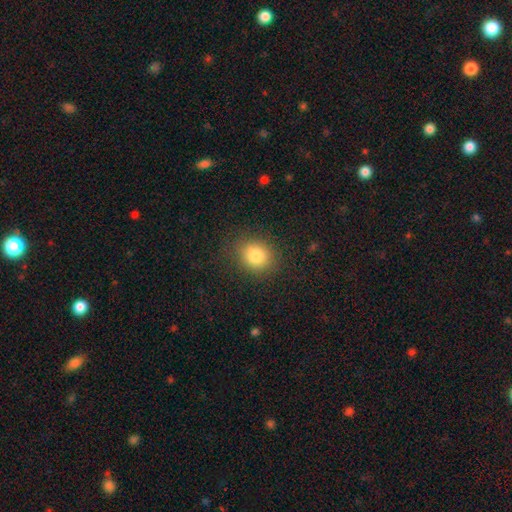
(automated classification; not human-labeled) smooth 83%, star or artifact 10%, featured or disk 7%. Down the decision tree: how rounded — round (70%); merging — none (84%).